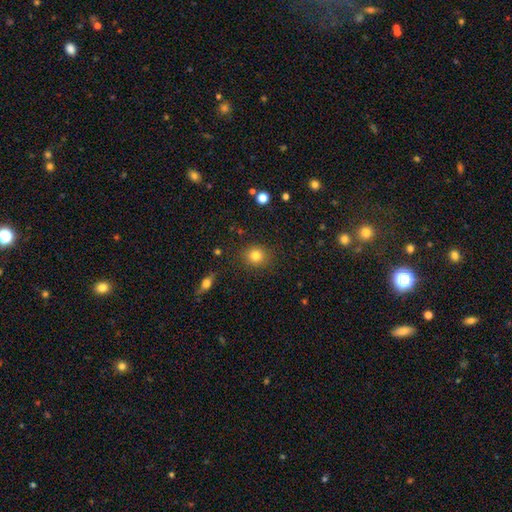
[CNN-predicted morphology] Overall: smooth (81%). How rounded: round (80%). Merging: none (88%).